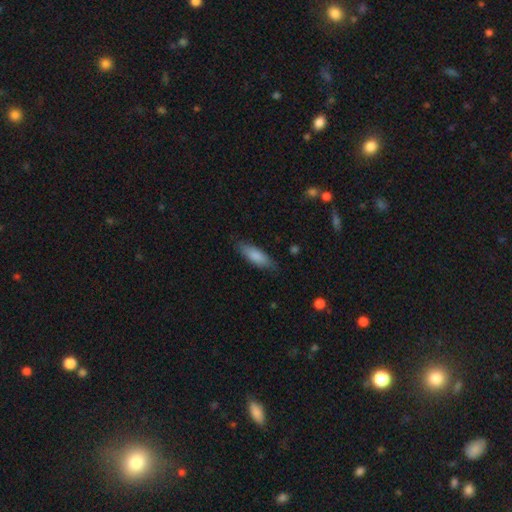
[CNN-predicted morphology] Smooth or featured?
  - smooth: 83% *
  - featured or disk: 12%
  - star or artifact: 6%
How rounded?
  - in between: 60% *
  - cigar-shaped: 38%
  - round: 2%
Merging?
  - none: 79% *
  - minor disturbance: 16%
  - major disturbance: 3%
  - merger: 1%